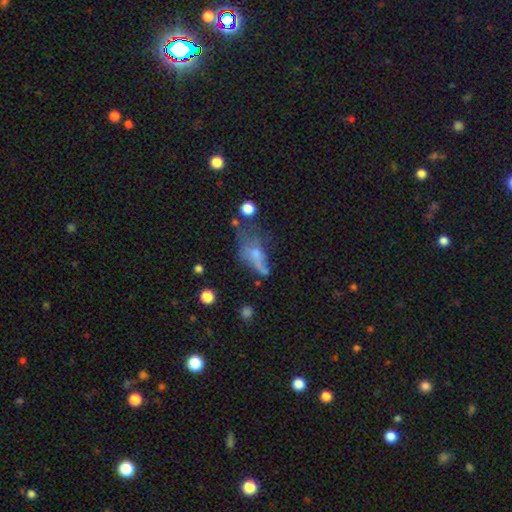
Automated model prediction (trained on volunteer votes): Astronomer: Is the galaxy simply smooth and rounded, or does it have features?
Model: smooth — 52% (runner-up: featured or disk, 32%).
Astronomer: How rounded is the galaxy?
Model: in between — 73%.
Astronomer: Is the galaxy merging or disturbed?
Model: major disturbance — 38% (runner-up: none, 24%).